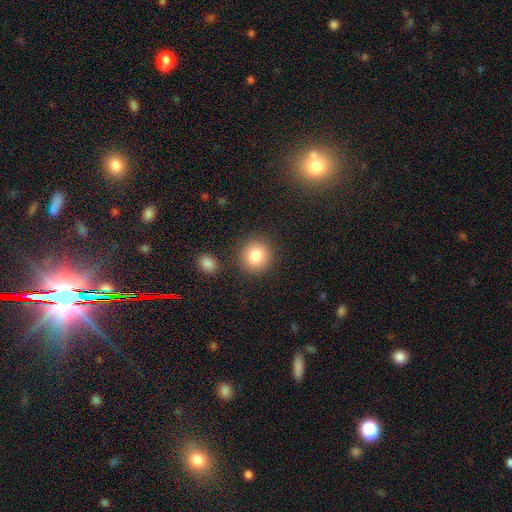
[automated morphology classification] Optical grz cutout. It shows a smooth galaxy with no disk features (82%) that is round (89%). Merging: none (85%).